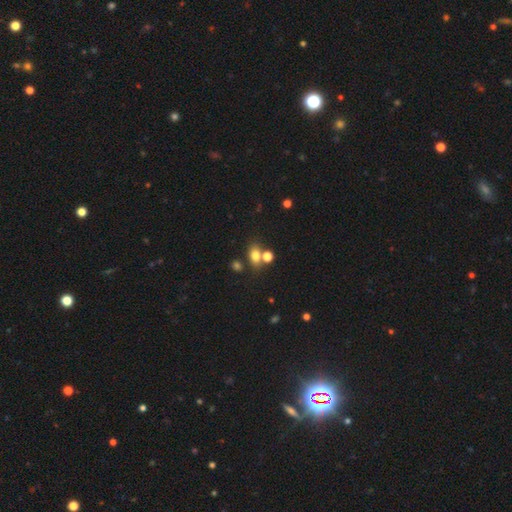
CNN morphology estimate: smooth 75%, star or artifact 15%, featured or disk 10%. Down the decision tree: how rounded — in between (69%); merging — none (56%).